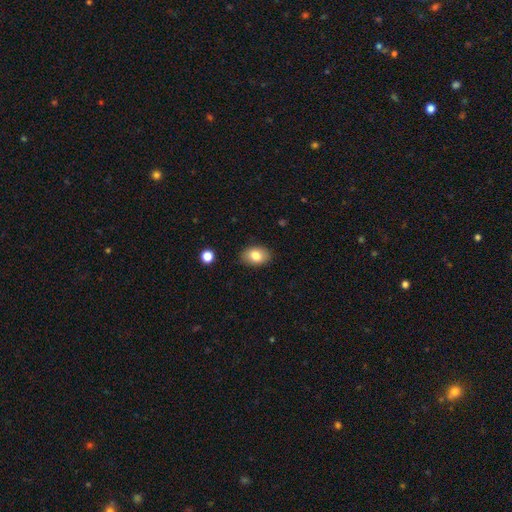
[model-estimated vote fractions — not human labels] Smooth or featured?
  - smooth: 82% *
  - featured or disk: 10%
  - star or artifact: 8%
How rounded?
  - in between: 83% *
  - round: 16%
  - cigar-shaped: 1%
Merging?
  - none: 85% *
  - minor disturbance: 11%
  - major disturbance: 2%
  - merger: 1%